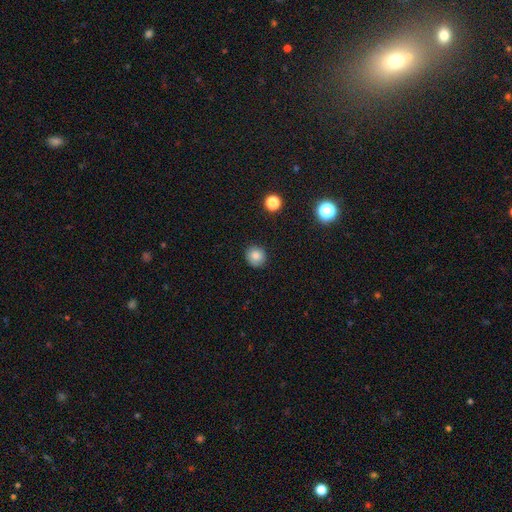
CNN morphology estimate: Smooth or featured?
  - smooth: 83% *
  - star or artifact: 11%
  - featured or disk: 6%
How rounded?
  - round: 87% *
  - in between: 12%
  - cigar-shaped: 1%
Merging?
  - none: 89% *
  - minor disturbance: 8%
  - major disturbance: 2%
  - merger: 1%